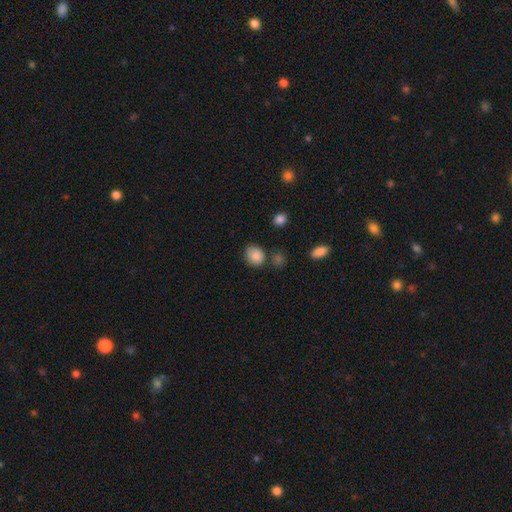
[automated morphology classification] smooth_or_featured: smooth (p=0.86) [alt: star or artifact p=0.09]
how_rounded: round (p=0.58) [alt: in between p=0.41]
merging: none (p=0.69) [alt: minor disturbance p=0.18]